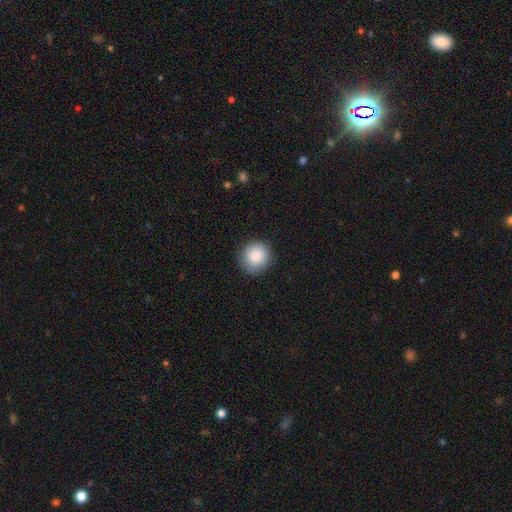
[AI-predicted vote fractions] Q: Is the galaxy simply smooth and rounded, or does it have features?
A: smooth — 88%.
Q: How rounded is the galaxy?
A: round — 92%.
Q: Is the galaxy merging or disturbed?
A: none — 87%.